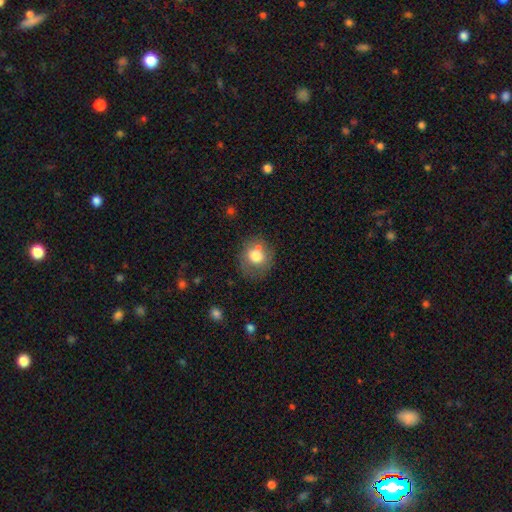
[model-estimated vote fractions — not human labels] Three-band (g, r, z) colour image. It shows a smooth galaxy with no disk features (73%) that is round (74%). Merging: none (62%).